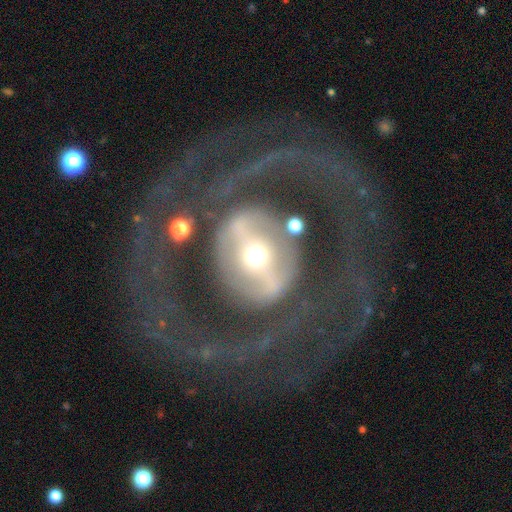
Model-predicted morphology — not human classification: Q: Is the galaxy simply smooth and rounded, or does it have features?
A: featured or disk — 84%.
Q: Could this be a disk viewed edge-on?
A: no — 95%.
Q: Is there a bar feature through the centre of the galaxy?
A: strong — 45%.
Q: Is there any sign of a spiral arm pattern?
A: yes — 74%.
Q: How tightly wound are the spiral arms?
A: medium — 46%.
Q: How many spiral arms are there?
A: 2 — 73%.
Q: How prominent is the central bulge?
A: moderate — 52%.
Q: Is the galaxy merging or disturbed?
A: none — 72%.